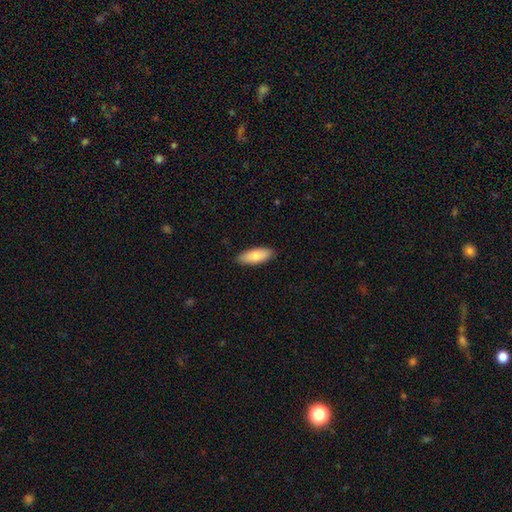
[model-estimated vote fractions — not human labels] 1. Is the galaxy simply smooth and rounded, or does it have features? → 82% smooth, 12% featured or disk, 6% star or artifact.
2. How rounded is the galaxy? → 75% in between, 23% cigar-shaped, 2% round.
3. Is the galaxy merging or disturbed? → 89% none, 8% minor disturbance, 2% major disturbance, 1% merger.